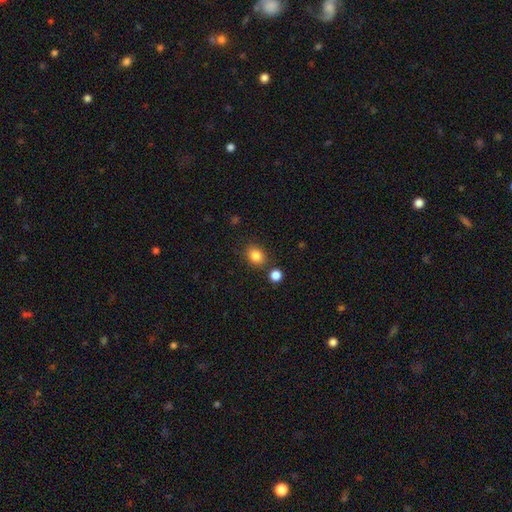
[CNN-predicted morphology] Smooth or featured?
  - smooth: 85% *
  - star or artifact: 10%
  - featured or disk: 5%
How rounded?
  - round: 54% *
  - in between: 45%
  - cigar-shaped: 1%
Merging?
  - none: 79% *
  - minor disturbance: 11%
  - merger: 7%
  - major disturbance: 3%